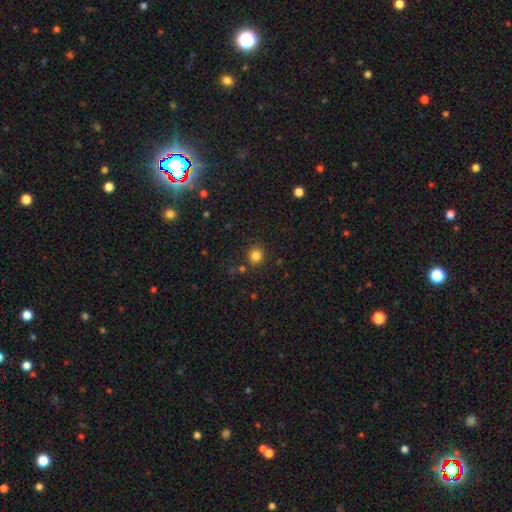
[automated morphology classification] Overall: smooth (82%). How rounded: round (89%). Merging: none (87%).